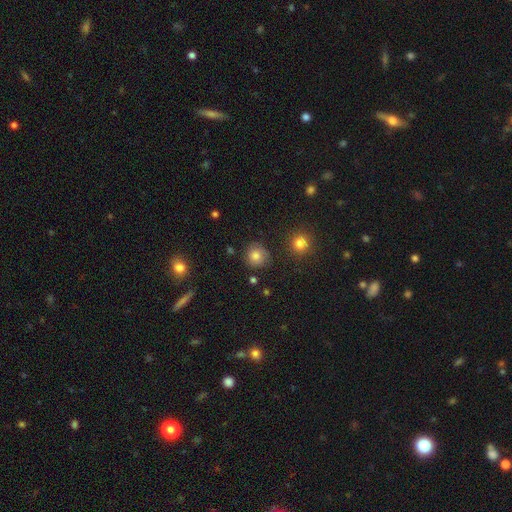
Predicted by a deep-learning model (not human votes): Smooth or featured: smooth — 79% (star or artifact — 12%)
How rounded: round — 90% (in between — 9%)
Merging: none — 81% (minor disturbance — 13%)